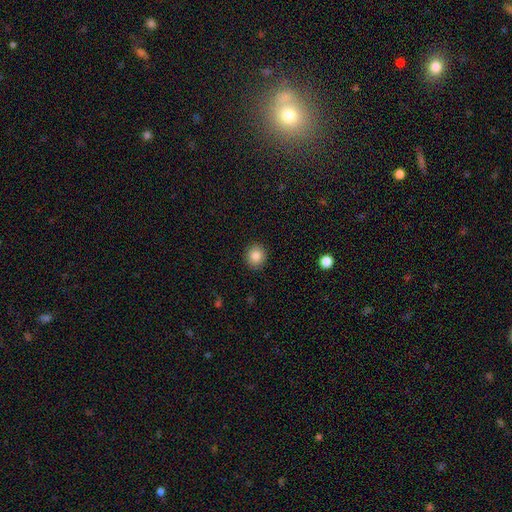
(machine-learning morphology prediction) Smooth or featured: smooth — 86% (star or artifact — 9%)
How rounded: round — 85% (in between — 14%)
Merging: none — 91% (minor disturbance — 6%)